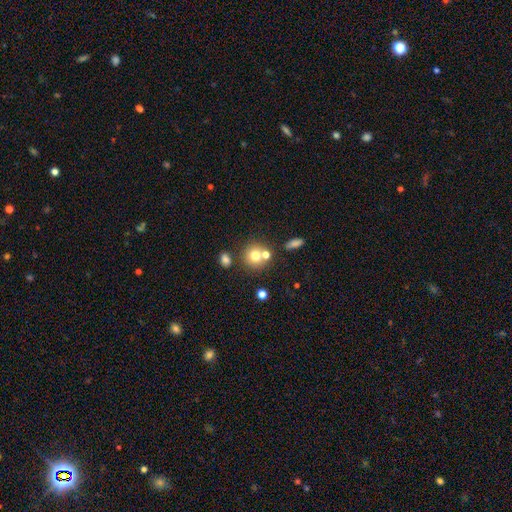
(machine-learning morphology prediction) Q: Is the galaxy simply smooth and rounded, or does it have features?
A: smooth — 73%.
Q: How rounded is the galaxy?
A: round — 87%.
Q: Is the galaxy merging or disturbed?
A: none — 60%.